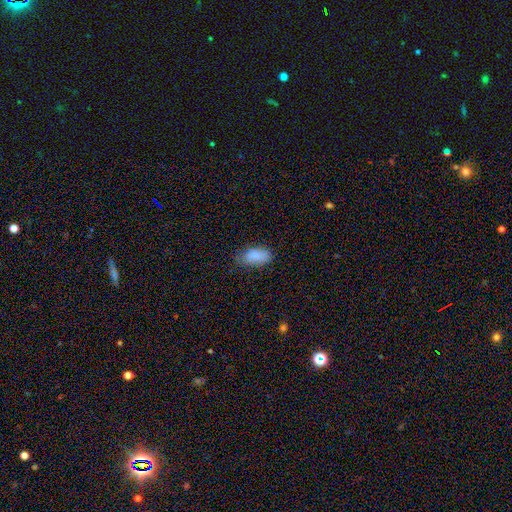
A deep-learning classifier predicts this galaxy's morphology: Smooth or featured? smooth (87%)
How rounded? in between (91%)
Merging? none (70%)